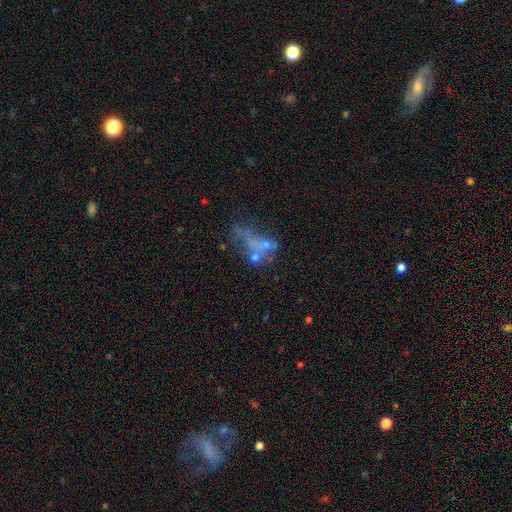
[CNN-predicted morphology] Smooth or featured?
  - featured or disk: 43% *
  - smooth: 35%
  - star or artifact: 22%
Merging?
  - major disturbance: 33% *
  - merger: 27%
  - none: 26%
  - minor disturbance: 14%